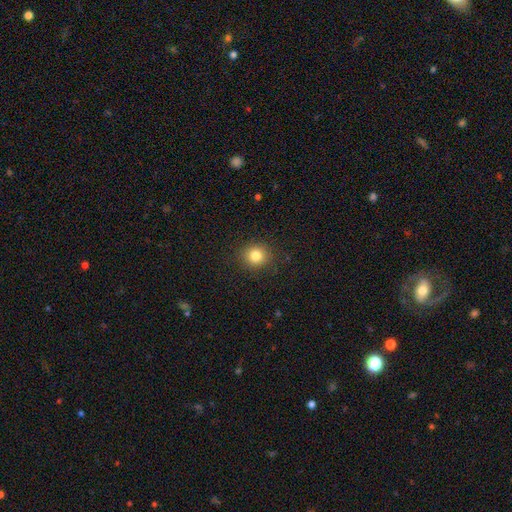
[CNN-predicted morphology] A smooth galaxy with no disk features (82%) that is round (86%).

Vote fractions:
- Smooth or featured? smooth: 82% / star or artifact: 12% / featured or disk: 6%
- How rounded? round: 86% / in between: 13% / cigar-shaped: 1%
- Merging? none: 90% / minor disturbance: 7% / major disturbance: 3% / merger: 1%